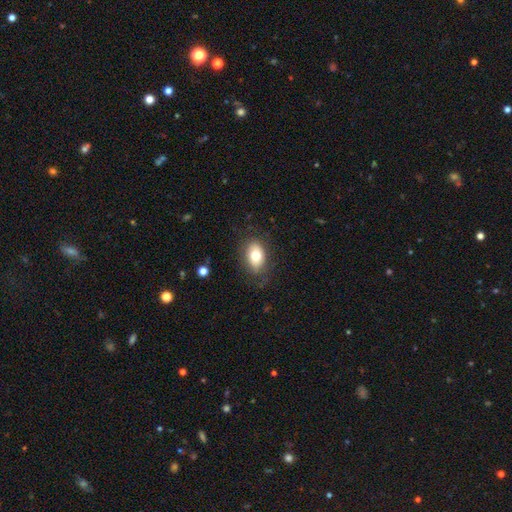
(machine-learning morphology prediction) Smooth or featured: smooth — 73% (featured or disk — 19%)
How rounded: in between — 84% (round — 14%)
Merging: none — 78% (minor disturbance — 15%)